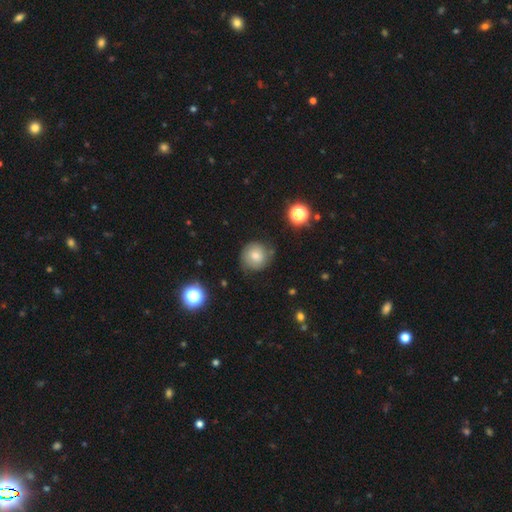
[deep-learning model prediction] Smooth or featured?
  - smooth: 69% *
  - featured or disk: 19%
  - star or artifact: 12%
How rounded?
  - round: 90% *
  - in between: 9%
  - cigar-shaped: 1%
Merging?
  - none: 72% *
  - minor disturbance: 19%
  - major disturbance: 6%
  - merger: 3%